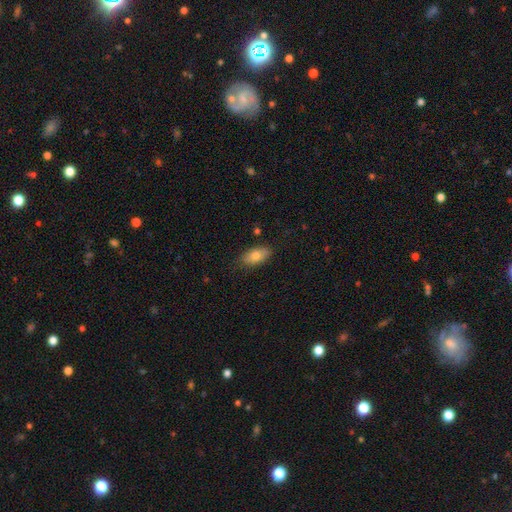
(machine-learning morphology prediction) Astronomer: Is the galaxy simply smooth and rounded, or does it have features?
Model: smooth — 79%.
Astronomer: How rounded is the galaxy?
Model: in between — 90%.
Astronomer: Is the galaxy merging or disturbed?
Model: none — 83%.